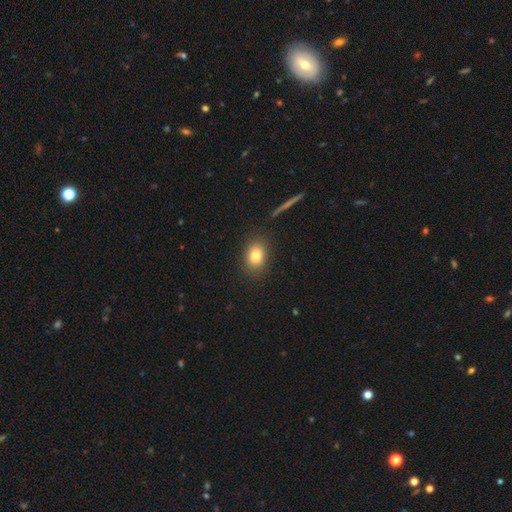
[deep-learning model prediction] smooth-or-featured: smooth: 80% | star or artifact: 10% | featured or disk: 10%
  how-rounded: in between: 65% | round: 33% | cigar-shaped: 2%
  merging: none: 86% | minor disturbance: 9% | major disturbance: 3% | merger: 2%